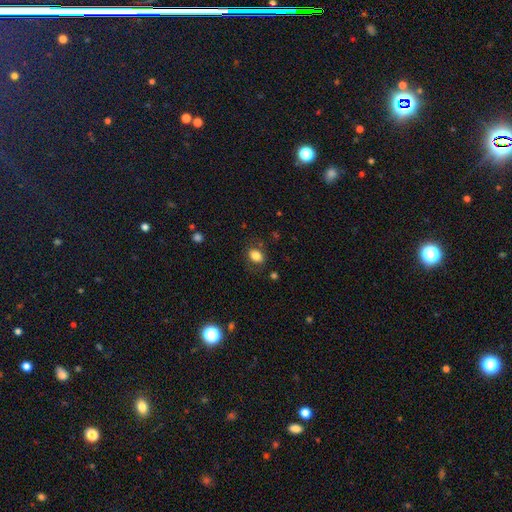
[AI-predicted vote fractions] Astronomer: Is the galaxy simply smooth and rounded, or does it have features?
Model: smooth — 83%.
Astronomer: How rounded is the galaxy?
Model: in between — 68%.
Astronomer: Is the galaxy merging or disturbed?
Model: none — 79%.